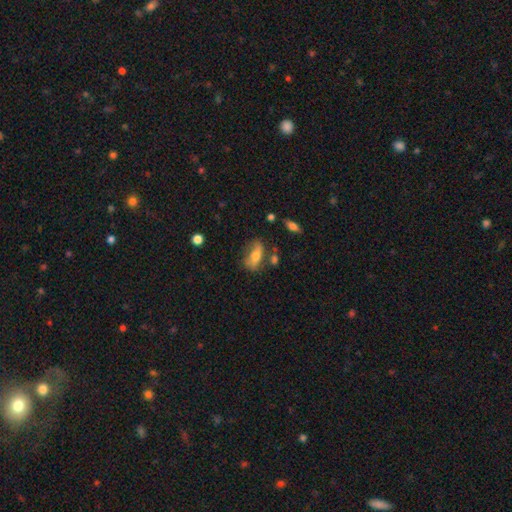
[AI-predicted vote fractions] Smooth or featured? Predicted: smooth (p=0.57). How rounded? Predicted: in between (p=0.76). Merging? Predicted: none (p=0.60).